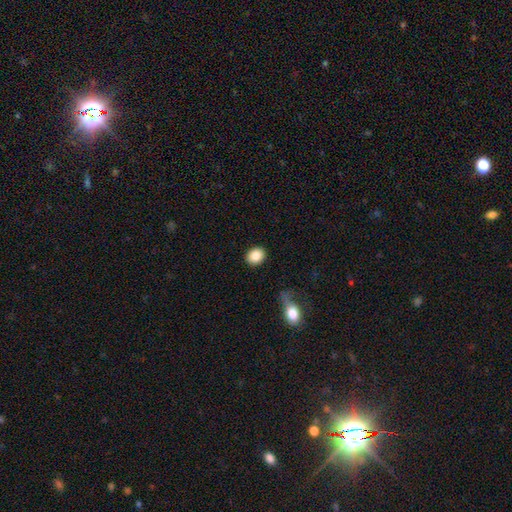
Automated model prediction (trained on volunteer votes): smooth-or-featured: smooth: 87% | star or artifact: 8% | featured or disk: 5%
  how-rounded: round: 54% | in between: 44% | cigar-shaped: 1%
  merging: none: 87% | minor disturbance: 8% | major disturbance: 3% | merger: 2%